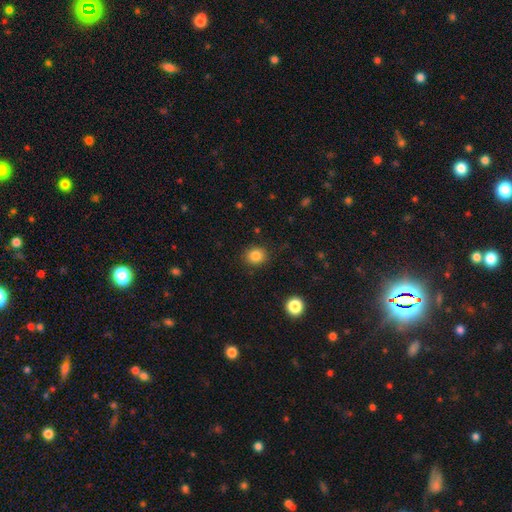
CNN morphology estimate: smooth 85%, star or artifact 11%, featured or disk 5%. Down the decision tree: how rounded — round (77%); merging — none (88%).